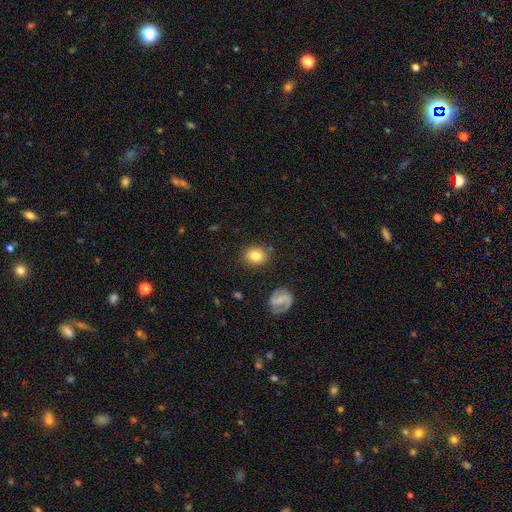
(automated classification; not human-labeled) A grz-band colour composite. It shows a smooth galaxy with no disk features (78%) that is round (68%). Merging: none (84%).